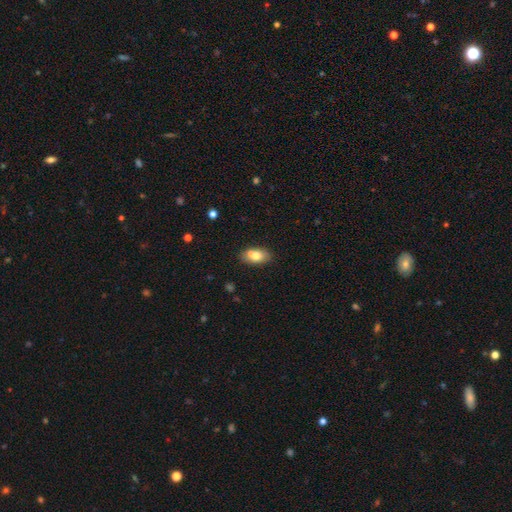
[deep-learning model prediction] This is likely a smooth galaxy (74%). How rounded: clearly in between (88%). Merging: likely none (66%).